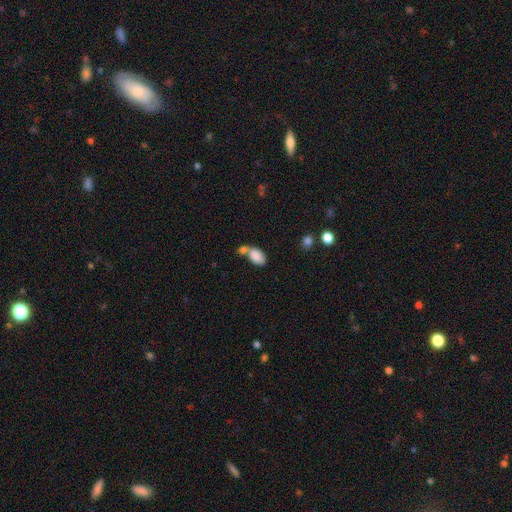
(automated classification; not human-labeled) Q: Smooth or featured?
A: smooth (84%); runner-up: featured or disk (8%)
Q: How rounded?
A: in between (91%); runner-up: round (7%)
Q: Merging?
A: merger (49%); runner-up: none (34%)